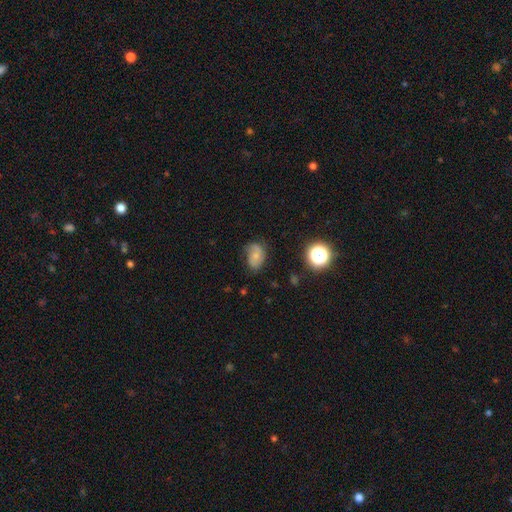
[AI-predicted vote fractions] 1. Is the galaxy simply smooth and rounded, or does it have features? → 49% smooth, 39% featured or disk, 12% star or artifact.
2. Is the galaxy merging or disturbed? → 55% none, 31% minor disturbance, 12% major disturbance, 2% merger.